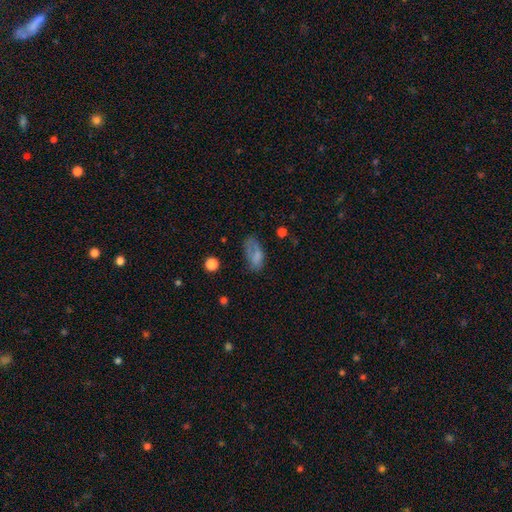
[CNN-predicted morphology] This is likely a smooth galaxy (69%). How rounded: clearly in between (88%). Merging: marginally none (40%).